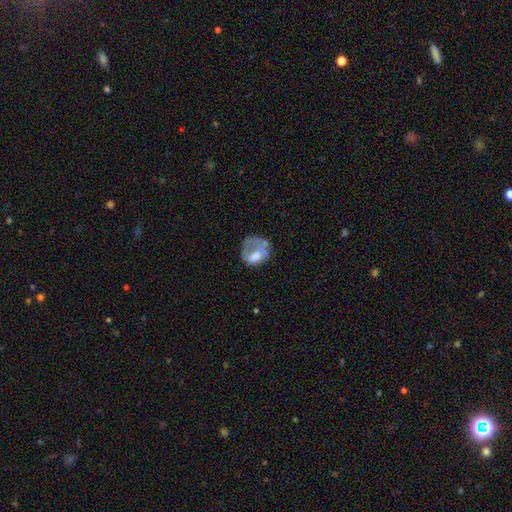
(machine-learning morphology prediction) Overall: smooth (48%; featured or disk 41%). Merging: major disturbance (41%; none 30%).